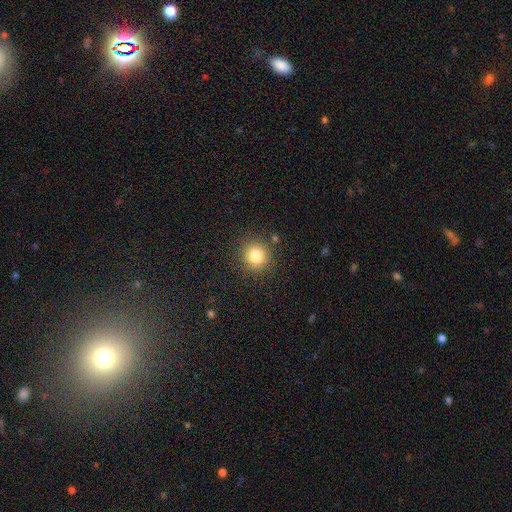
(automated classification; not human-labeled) Q: Smooth or featured?
A: smooth (82%); runner-up: star or artifact (12%)
Q: How rounded?
A: round (91%); runner-up: in between (8%)
Q: Merging?
A: none (87%); runner-up: minor disturbance (8%)